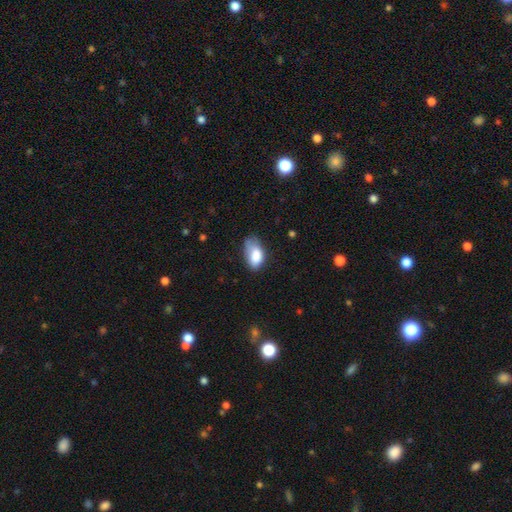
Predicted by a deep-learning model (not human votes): smooth-or-featured: smooth: 81% | featured or disk: 11% | star or artifact: 8%
  how-rounded: in between: 92% | round: 6% | cigar-shaped: 2%
  merging: none: 40% (tied) | minor disturbance: 40% (tied) | major disturbance: 17% | merger: 4%